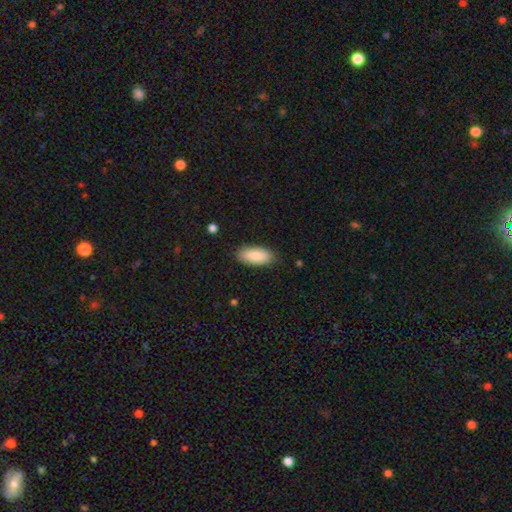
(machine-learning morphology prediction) Smooth or featured? smooth (88%)
How rounded? in between (89%)
Merging? none (85%)